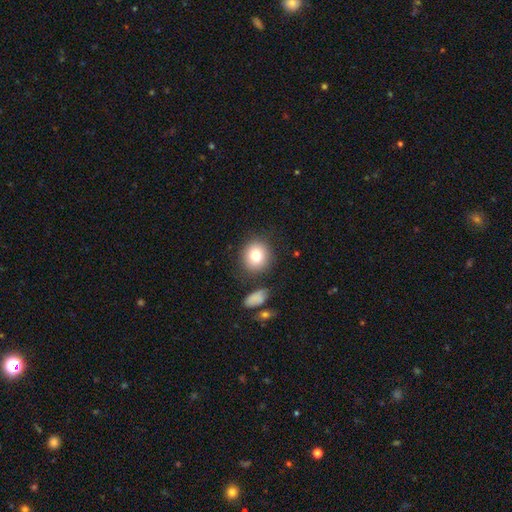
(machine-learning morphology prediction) A smooth galaxy with no disk features (82%) that is round (80%). Merging: none (80%).